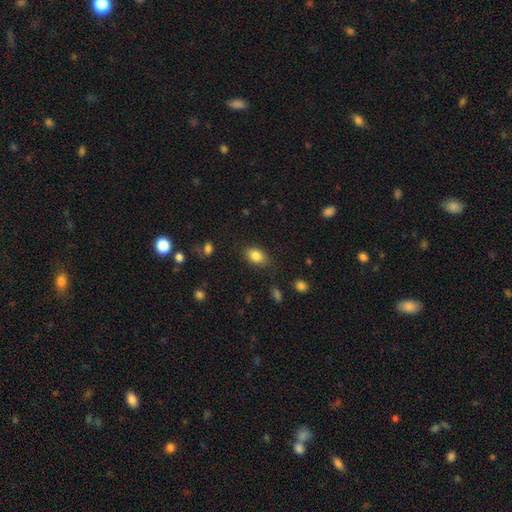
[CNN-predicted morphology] A smooth galaxy with no disk features (84%) that is in between round and cigar-shaped (85%). Merging: none (81%).